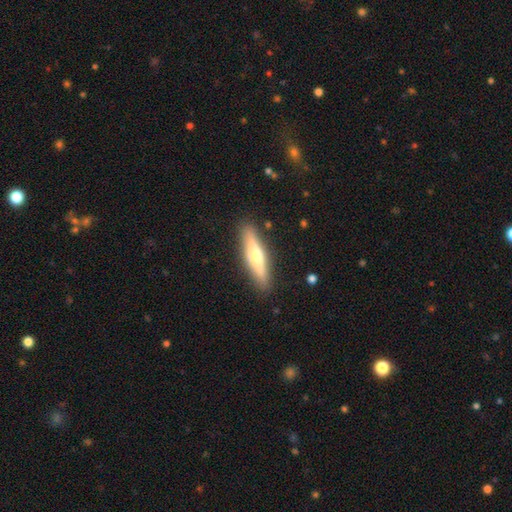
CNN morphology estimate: Q: Smooth or featured?
A: featured or disk (48%); runner-up: smooth (46%)
Q: Merging?
A: none (88%); runner-up: minor disturbance (8%)